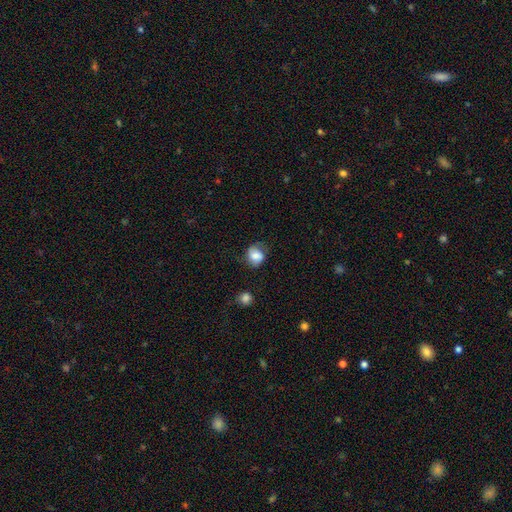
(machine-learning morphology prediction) Smooth or featured?
  - smooth: 73% *
  - featured or disk: 19%
  - star or artifact: 9%
How rounded?
  - round: 63% *
  - in between: 36%
  - cigar-shaped: 1%
Merging?
  - none: 60% *
  - minor disturbance: 27%
  - major disturbance: 11%
  - merger: 3%